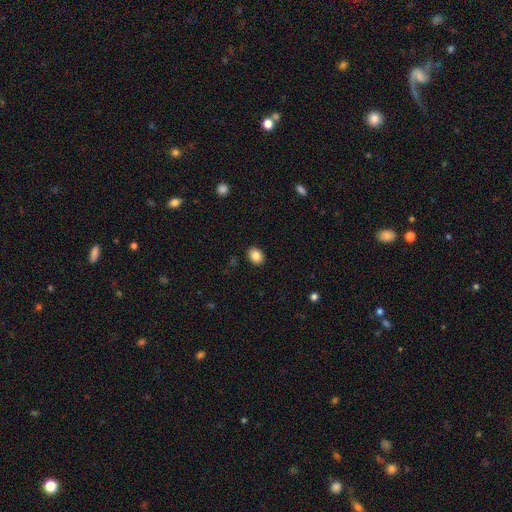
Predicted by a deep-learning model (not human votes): Overall: smooth (86%). How rounded: in between (62%; round 37%). Merging: none (89%).